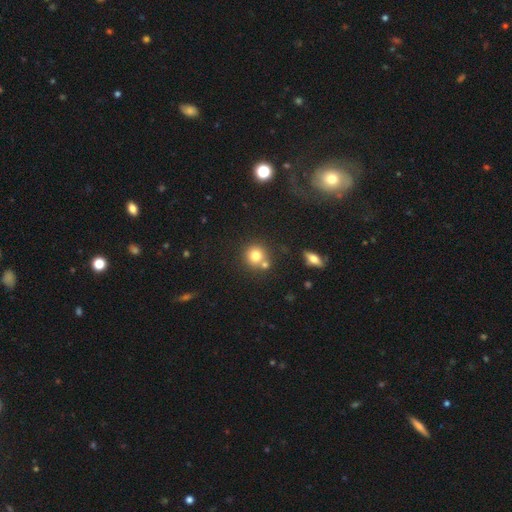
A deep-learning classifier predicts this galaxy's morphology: smooth 77%, star or artifact 12%, featured or disk 11%. Down the decision tree: how rounded — round (90%); merging — none (64%).